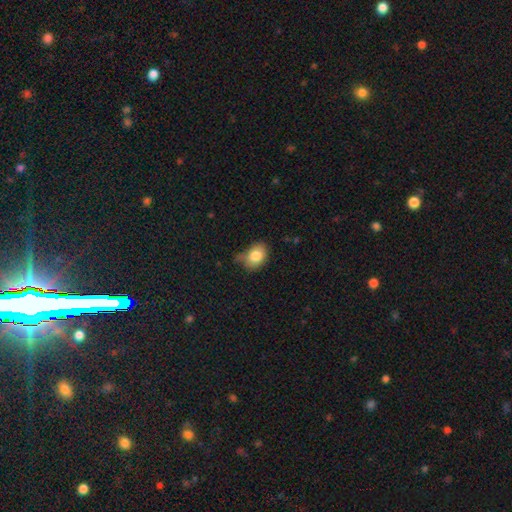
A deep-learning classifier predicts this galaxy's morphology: Smooth or featured?
  - smooth: 82% *
  - featured or disk: 9%
  - star or artifact: 9%
How rounded?
  - in between: 67% *
  - round: 32%
  - cigar-shaped: 1%
Merging?
  - none: 49% *
  - minor disturbance: 35%
  - major disturbance: 10%
  - merger: 5%